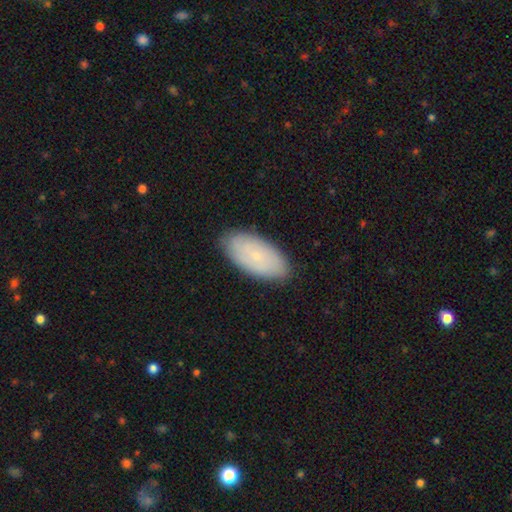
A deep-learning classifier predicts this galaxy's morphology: Q: Smooth or featured?
A: smooth (61%); runner-up: featured or disk (32%)
Q: How rounded?
A: in between (93%); runner-up: cigar-shaped (5%)
Q: Merging?
A: none (86%); runner-up: minor disturbance (11%)